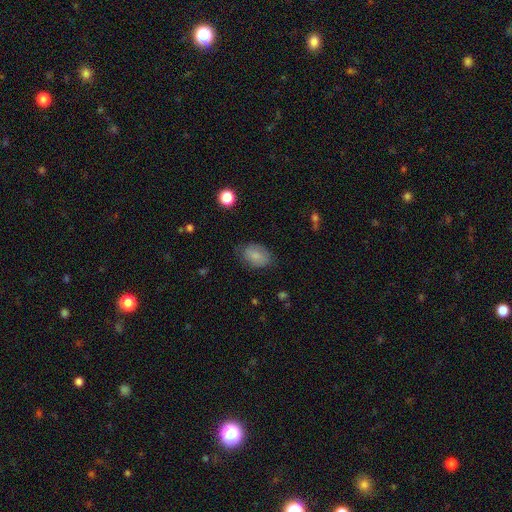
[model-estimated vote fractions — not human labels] This is likely a smooth galaxy (80%). How rounded: clearly in between (84%). Merging: likely none (73%).